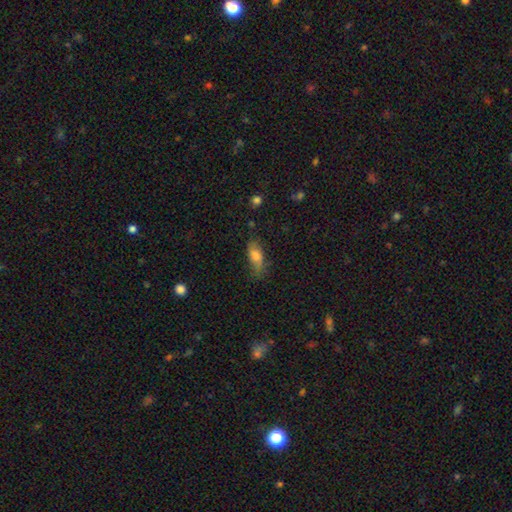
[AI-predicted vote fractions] The model was most divided on "merging": none: 64%, minor disturbance: 26%, major disturbance: 8%, merger: 2%. More confident: smooth or featured — smooth (72%); how rounded — in between (72%).